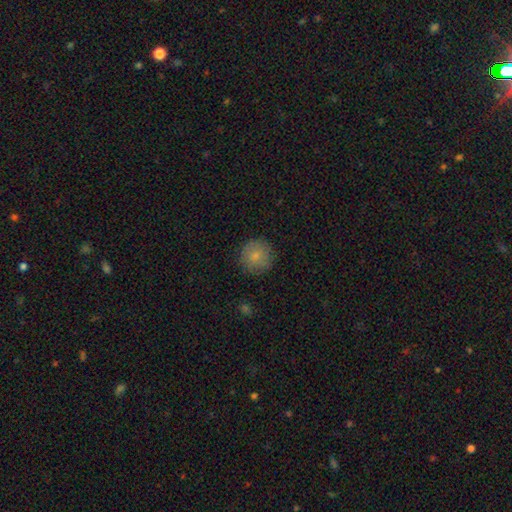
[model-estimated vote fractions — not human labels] Smooth or featured: smooth — 82% (featured or disk — 9%)
How rounded: round — 95% (in between — 4%)
Merging: none — 87% (minor disturbance — 9%)